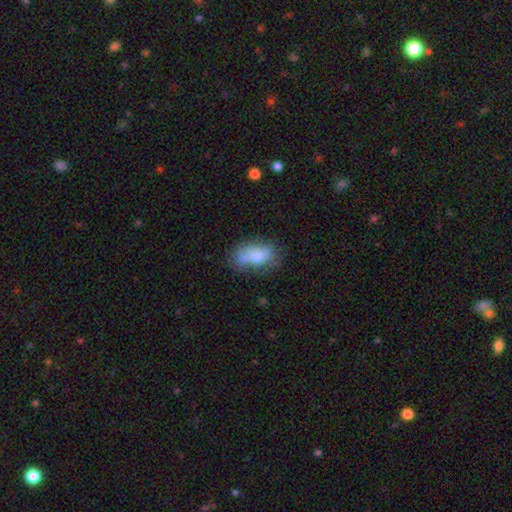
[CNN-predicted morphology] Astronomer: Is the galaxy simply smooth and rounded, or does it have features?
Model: smooth — 70%.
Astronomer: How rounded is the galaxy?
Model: in between — 89%.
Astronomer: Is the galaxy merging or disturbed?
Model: none — 50% (runner-up: minor disturbance, 29%).